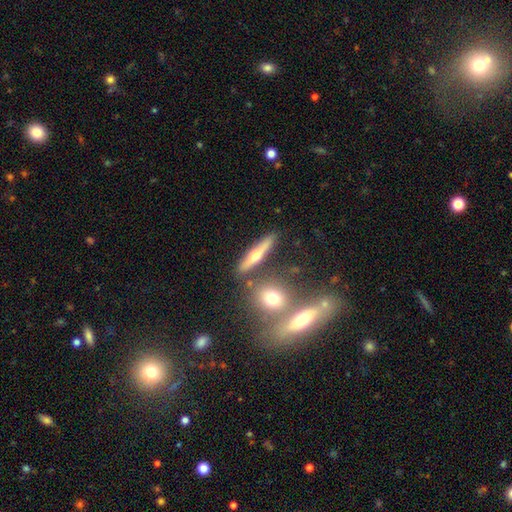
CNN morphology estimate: Overall: featured or disk (54%; smooth 36%). Edge-on disk: yes (88%). Merging: none (74%).